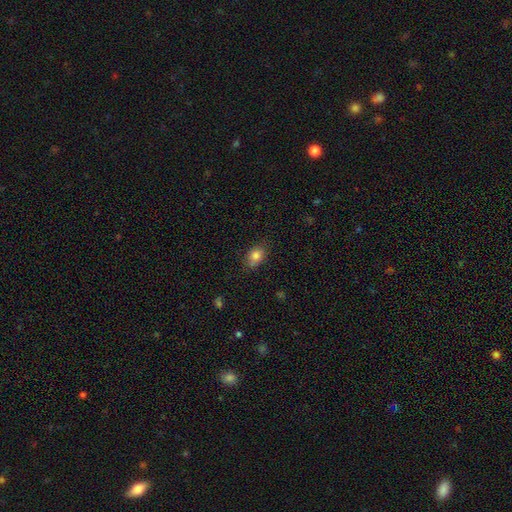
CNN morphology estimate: Smooth or featured? Predicted: smooth (p=0.82). How rounded? Predicted: in between (p=0.69). Merging? Predicted: none (p=0.78).